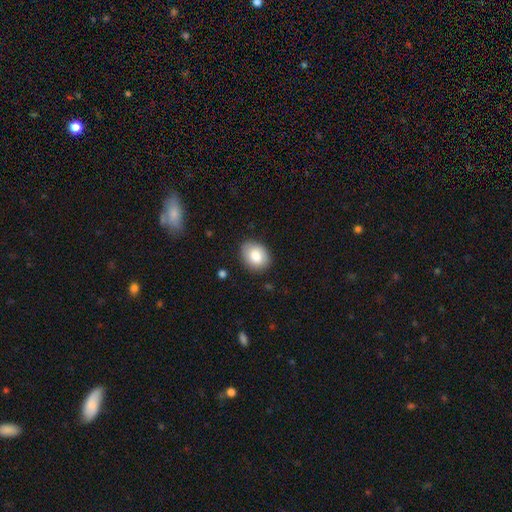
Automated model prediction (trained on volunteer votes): smooth-or-featured: smooth: 81% | featured or disk: 12% | star or artifact: 7%
  how-rounded: in between: 68% | round: 31% | cigar-shaped: 1%
  merging: none: 83% | minor disturbance: 13% | major disturbance: 3% | merger: 1%